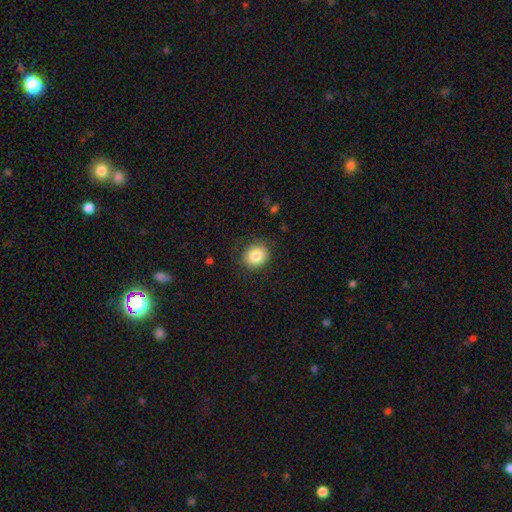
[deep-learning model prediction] Smooth or featured?
  - smooth: 84% *
  - star or artifact: 9%
  - featured or disk: 7%
How rounded?
  - round: 79% *
  - in between: 21%
  - cigar-shaped: 1%
Merging?
  - none: 82% *
  - minor disturbance: 13%
  - major disturbance: 4%
  - merger: 1%